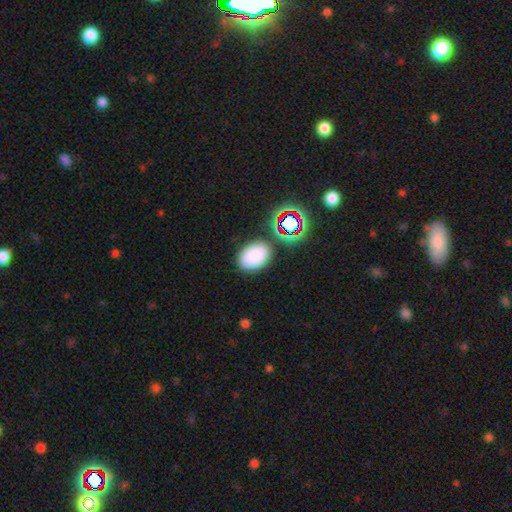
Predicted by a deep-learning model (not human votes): smooth 82%, star or artifact 12%, featured or disk 6%. Down the decision tree: how rounded — in between (81%); merging — none (81%).